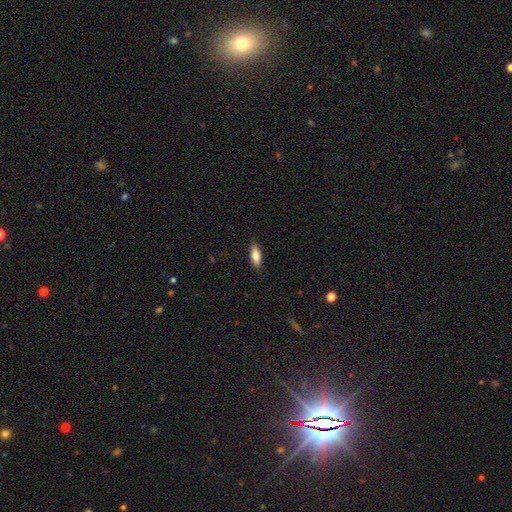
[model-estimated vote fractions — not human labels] This appears to be a smooth galaxy with no disk features (73%) that is in between round and cigar-shaped (64%). Merging: none (87%).